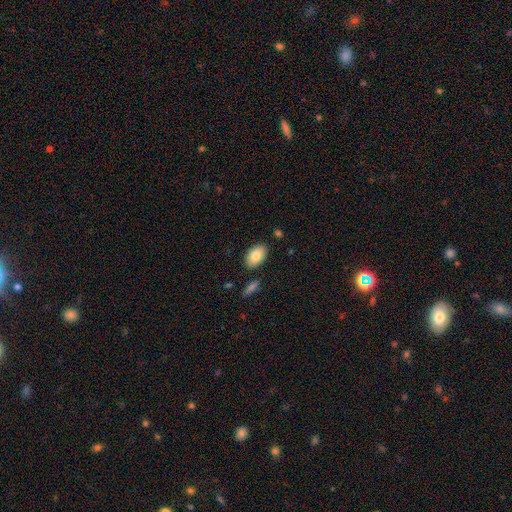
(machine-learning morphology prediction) type=smooth (83%); roundness=in between (92%); merging=none (85%).